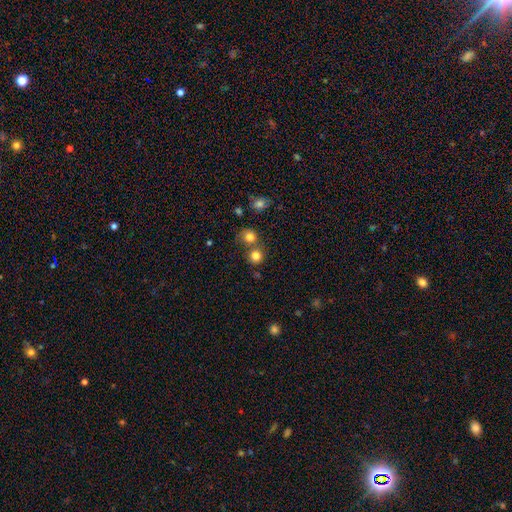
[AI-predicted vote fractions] This is likely a smooth galaxy (79%). How rounded: clearly round (89%). Merging: likely none (62%).